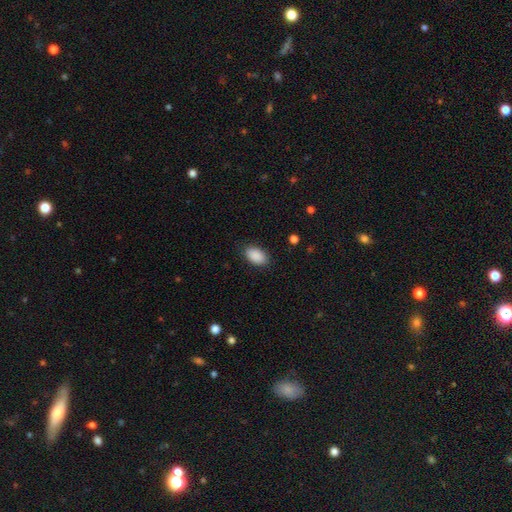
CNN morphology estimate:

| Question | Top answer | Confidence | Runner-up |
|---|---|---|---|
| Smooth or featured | smooth | 91% | star or artifact (7%) |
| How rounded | in between | 92% | round (7%) |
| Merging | none | 87% | minor disturbance (10%) |